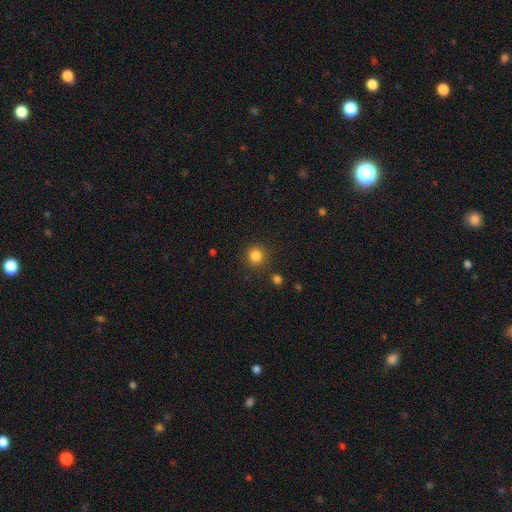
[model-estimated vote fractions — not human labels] smooth 84%, star or artifact 12%, featured or disk 4%. Down the decision tree: how rounded — round (93%); merging — none (87%).